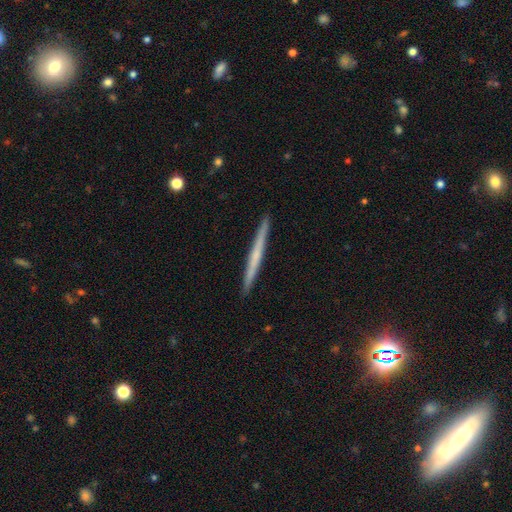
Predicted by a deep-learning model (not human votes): featured or disk 51%, smooth 43%, star or artifact 6%. Down the decision tree: edge-on disk — yes (97%); merging — none (93%).